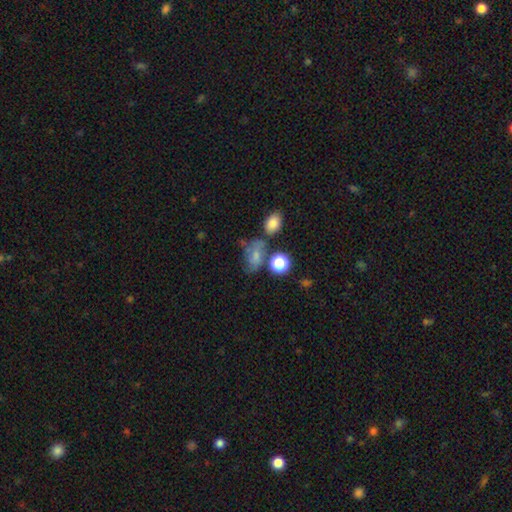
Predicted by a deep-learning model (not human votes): smooth_or_featured: smooth (p=0.64) [alt: featured or disk p=0.21]
how_rounded: in between (p=0.75) [alt: round p=0.22]
merging: none (p=0.43) [alt: minor disturbance p=0.25]